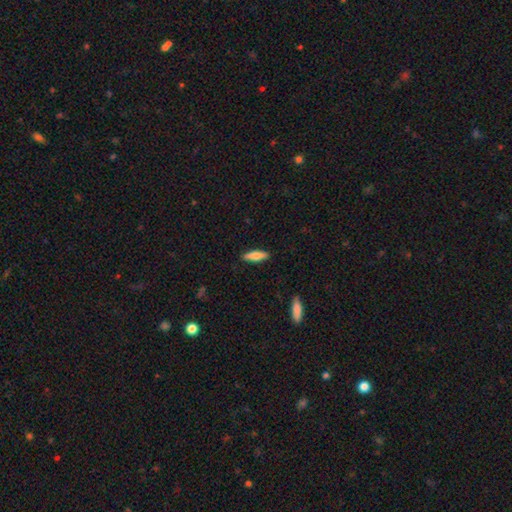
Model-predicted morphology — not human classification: A smooth galaxy with no disk features (73%) that is cigar-shaped (61%).

Vote fractions:
- Smooth or featured? smooth: 73% / featured or disk: 21% / star or artifact: 6%
- How rounded? cigar-shaped: 61% / in between: 37% / round: 2%
- Merging? none: 88% / minor disturbance: 9% / major disturbance: 2% / merger: 1%